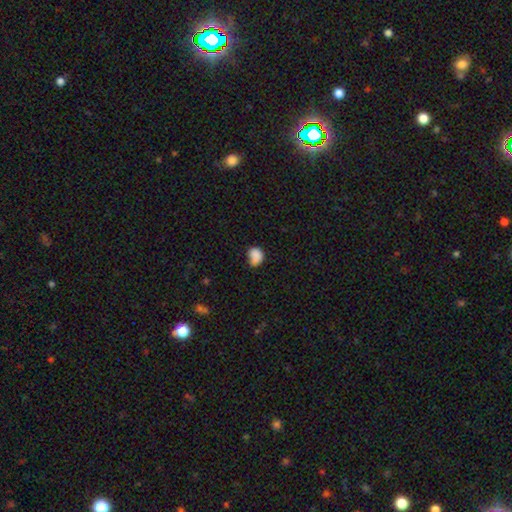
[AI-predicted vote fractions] Overall: smooth (83%). How rounded: in between (57%; round 42%). Merging: none (41%; minor disturbance 39%).